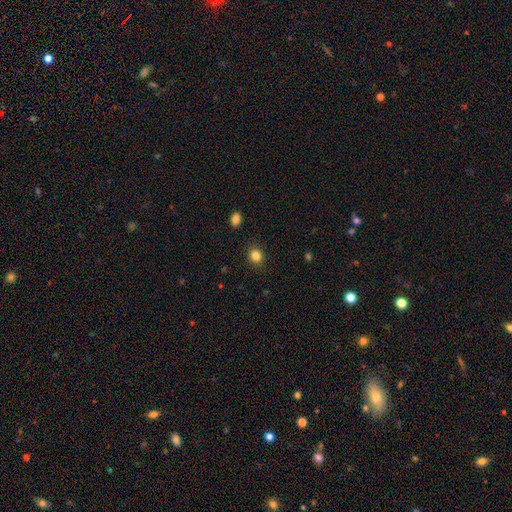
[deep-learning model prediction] A smooth galaxy with no disk features (84%) that is round (79%).

Vote fractions:
- Smooth or featured? smooth: 84% / star or artifact: 12% / featured or disk: 4%
- How rounded? round: 79% / in between: 20% / cigar-shaped: 1%
- Merging? none: 89% / minor disturbance: 7% / major disturbance: 2% / merger: 1%